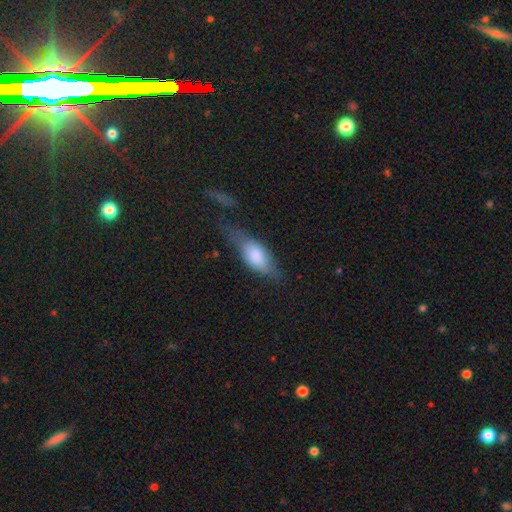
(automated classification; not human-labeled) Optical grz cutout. It shows a smooth galaxy with no disk features (68%) that is in between round and cigar-shaped (77%). Merging: none (40%).